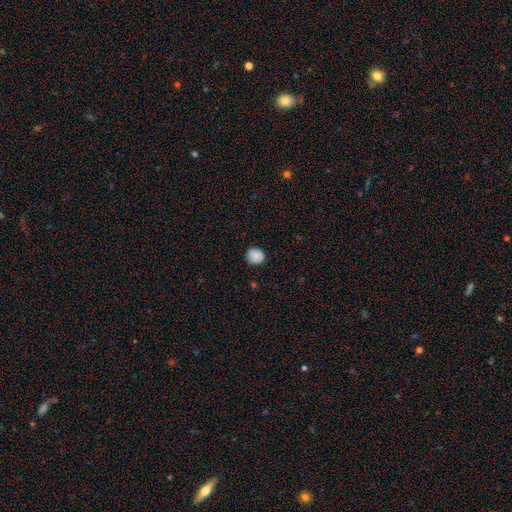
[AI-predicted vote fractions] Smooth or featured?
  - smooth: 86% *
  - star or artifact: 9%
  - featured or disk: 6%
How rounded?
  - round: 79% *
  - in between: 20%
  - cigar-shaped: 1%
Merging?
  - none: 81% *
  - minor disturbance: 15%
  - major disturbance: 3%
  - merger: 1%